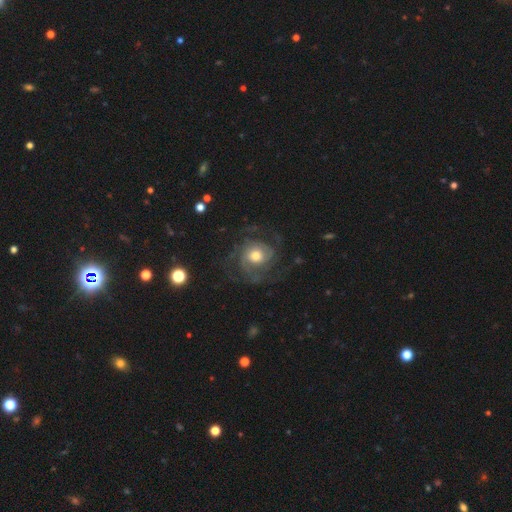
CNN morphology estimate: type=featured or disk (80%); edge-on=no (98%); bar=no (75%); spiral arms=yes (92%); winding=tight (45%); arm count=can't tell (28%); bulge=moderate (66%); merging=none (65%).